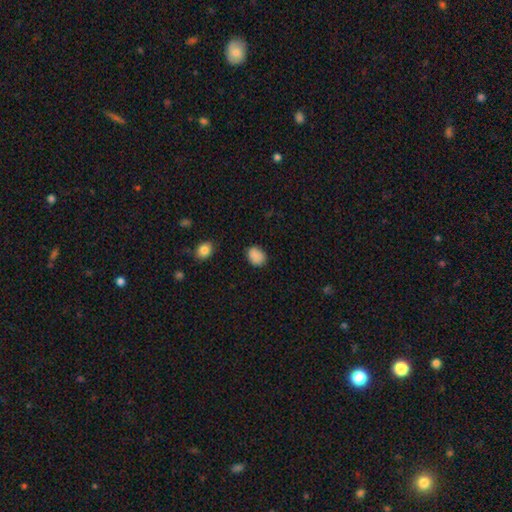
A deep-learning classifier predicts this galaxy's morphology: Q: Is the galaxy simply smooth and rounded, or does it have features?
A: smooth — 88%.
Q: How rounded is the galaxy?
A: in between — 65%.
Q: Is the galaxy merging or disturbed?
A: none — 81%.